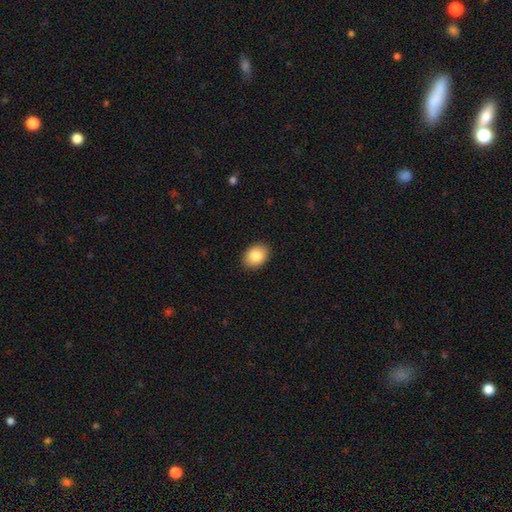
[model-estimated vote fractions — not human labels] Smooth or featured: smooth — 86% (star or artifact — 7%)
How rounded: in between — 72% (round — 27%)
Merging: none — 90% (minor disturbance — 8%)